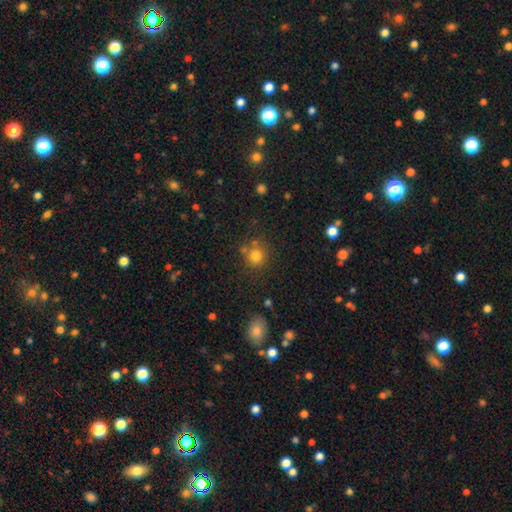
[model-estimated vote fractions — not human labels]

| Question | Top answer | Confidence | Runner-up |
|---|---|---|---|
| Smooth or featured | smooth | 79% | star or artifact (14%) |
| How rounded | round | 89% | in between (10%) |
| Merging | none | 71% | merger (13%) |